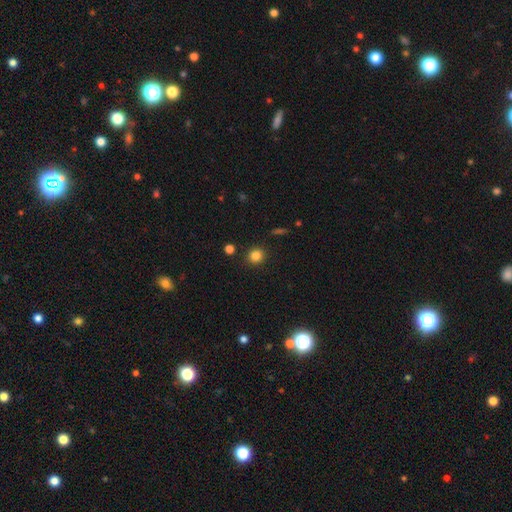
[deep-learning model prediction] Smooth or featured: smooth — 83% (star or artifact — 12%)
How rounded: round — 88% (in between — 11%)
Merging: none — 89% (minor disturbance — 6%)